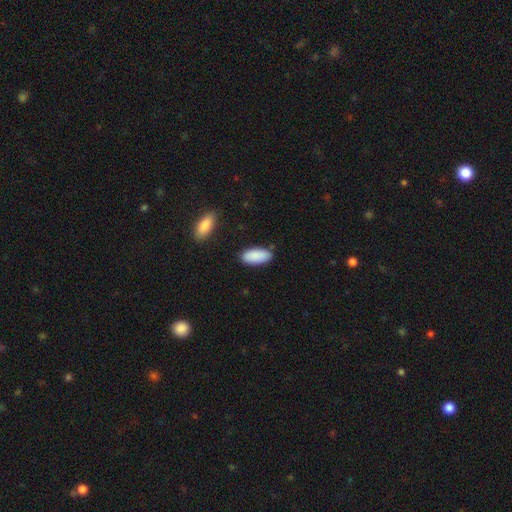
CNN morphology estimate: Smooth or featured? Predicted: smooth (p=0.90). How rounded? Predicted: in between (p=0.88). Merging? Predicted: none (p=0.82).